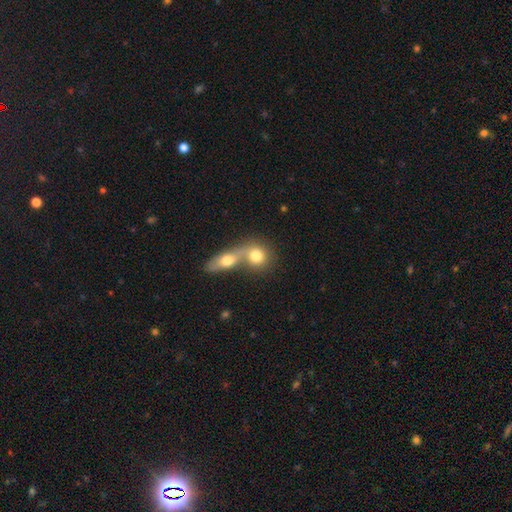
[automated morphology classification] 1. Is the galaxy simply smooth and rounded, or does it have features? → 75% smooth, 18% featured or disk, 7% star or artifact.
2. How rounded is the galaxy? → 67% round, 29% in between, 4% cigar-shaped.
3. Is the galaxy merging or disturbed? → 65% merger, 26% none, 6% minor disturbance, 3% major disturbance.